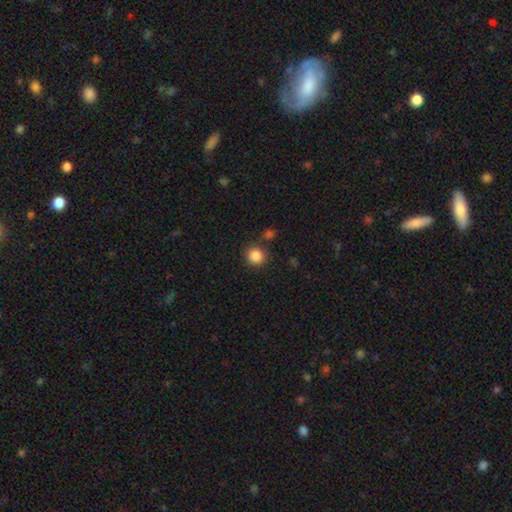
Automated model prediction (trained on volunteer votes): smooth_or_featured: smooth (p=0.85) [alt: star or artifact p=0.11]
how_rounded: round (p=0.90) [alt: in between p=0.09]
merging: none (p=0.82) [alt: minor disturbance p=0.09]